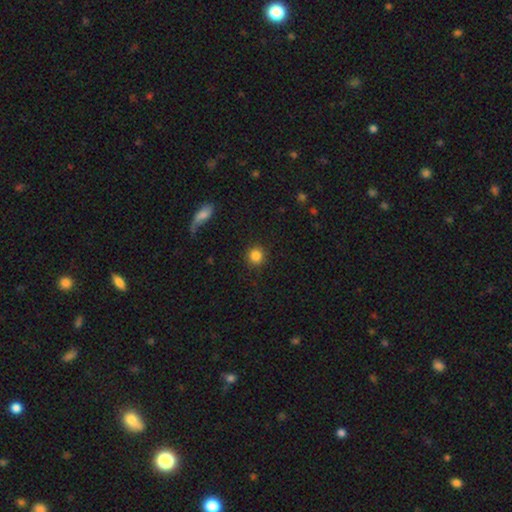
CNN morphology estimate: smooth_or_featured: smooth (p=0.85) [alt: star or artifact p=0.10]
how_rounded: round (p=0.92) [alt: in between p=0.07]
merging: none (p=0.90) [alt: minor disturbance p=0.06]